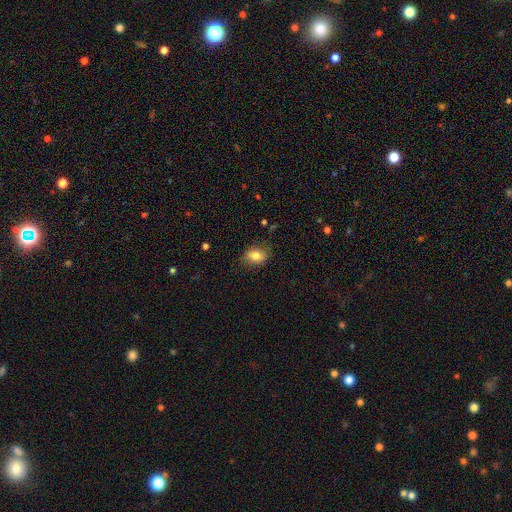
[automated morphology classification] Q: Smooth or featured?
A: smooth (80%); runner-up: featured or disk (11%)
Q: How rounded?
A: in between (65%); runner-up: round (34%)
Q: Merging?
A: none (79%); runner-up: minor disturbance (16%)